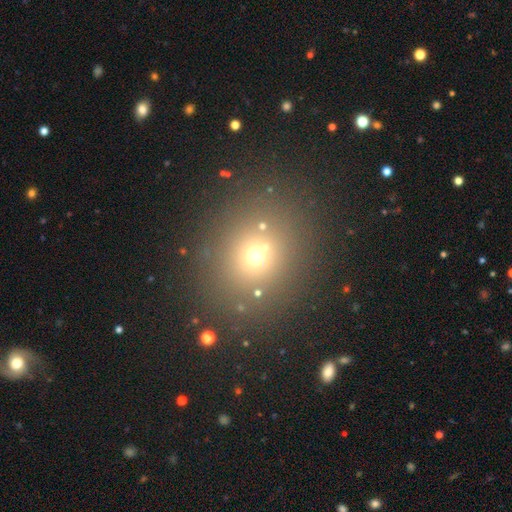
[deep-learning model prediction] smooth-or-featured: smooth: 60% | star or artifact: 29% | featured or disk: 11%
  how-rounded: round: 78% | in between: 21% | cigar-shaped: 1%
  merging: none: 81% | minor disturbance: 8% | merger: 7% | major disturbance: 4%